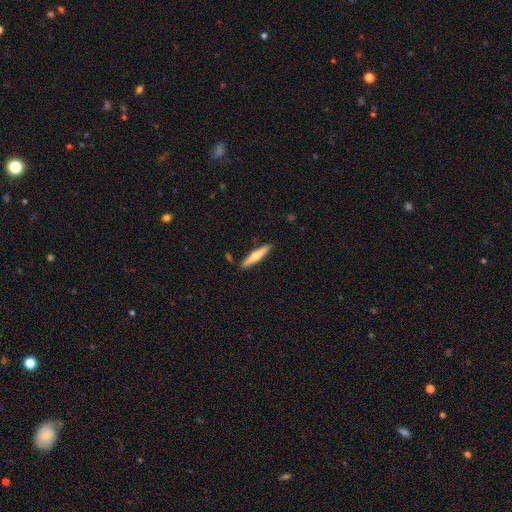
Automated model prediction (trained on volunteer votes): This appears to be a smooth galaxy with no disk features (52%) that is cigar-shaped (87%). Merging: none (88%).